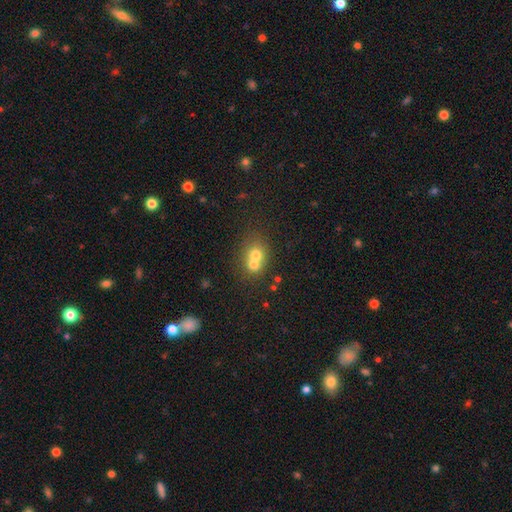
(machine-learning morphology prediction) smooth-or-featured: smooth: 66% | featured or disk: 22% | star or artifact: 12%
  how-rounded: round: 70% | in between: 29% | cigar-shaped: 1%
  merging: merger: 66% | none: 26% | minor disturbance: 5% | major disturbance: 3%